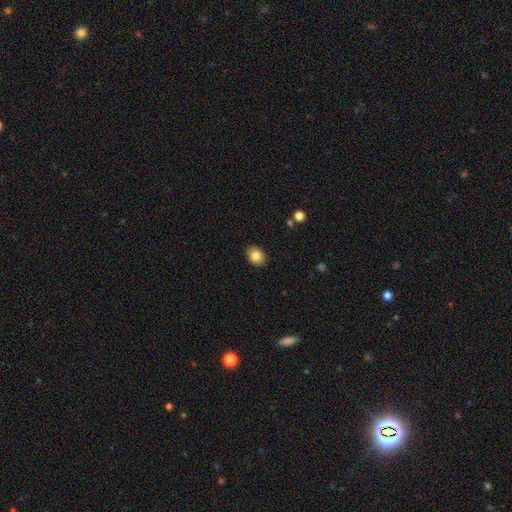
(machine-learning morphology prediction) A smooth galaxy with no disk features (83%) that is in between round and cigar-shaped (65%). Merging: none (88%).